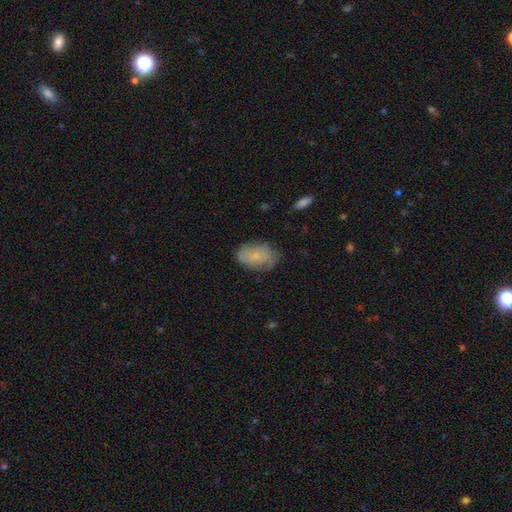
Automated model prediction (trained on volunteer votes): Smooth or featured? smooth (56%)
How rounded? in between (88%)
Merging? none (67%)